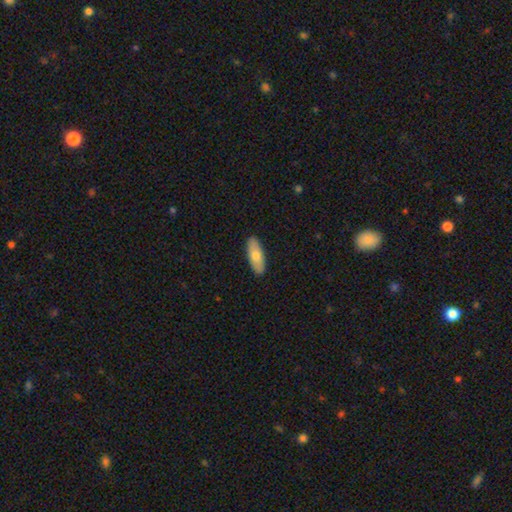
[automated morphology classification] Q: Smooth or featured?
A: smooth (72%); runner-up: featured or disk (22%)
Q: How rounded?
A: in between (72%); runner-up: cigar-shaped (26%)
Q: Merging?
A: none (90%); runner-up: minor disturbance (7%)